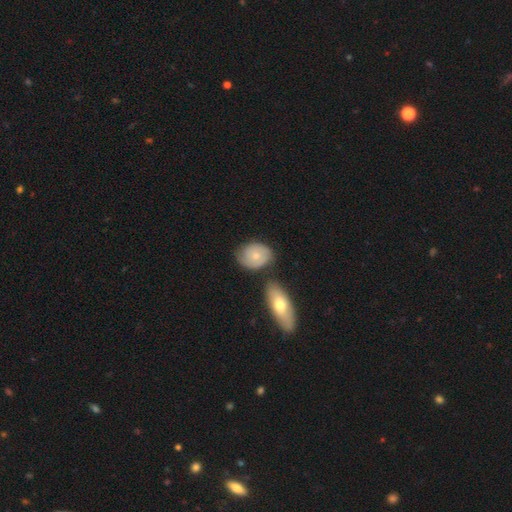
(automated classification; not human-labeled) Smooth or featured? smooth (54%)
How rounded? in between (56%)
Merging? none (60%)